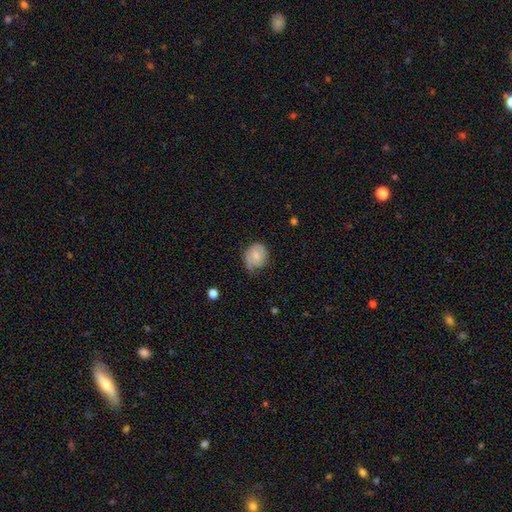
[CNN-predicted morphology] Q: Smooth or featured?
A: smooth (68%); runner-up: featured or disk (25%)
Q: How rounded?
A: round (67%); runner-up: in between (32%)
Q: Merging?
A: none (47%); runner-up: minor disturbance (38%)